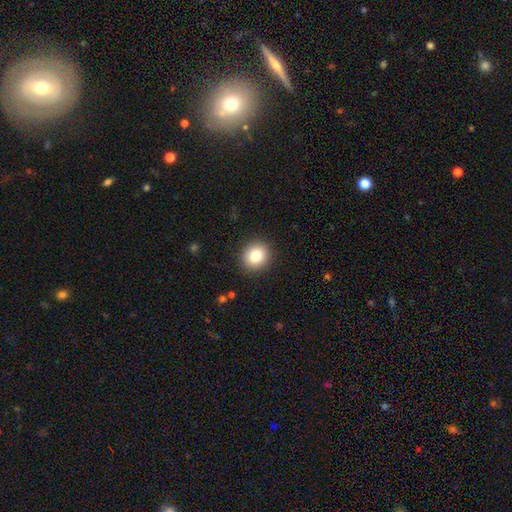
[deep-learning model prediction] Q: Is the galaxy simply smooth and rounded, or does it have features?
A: smooth — 82%.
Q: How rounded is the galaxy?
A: round — 88%.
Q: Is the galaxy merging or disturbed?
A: none — 91%.